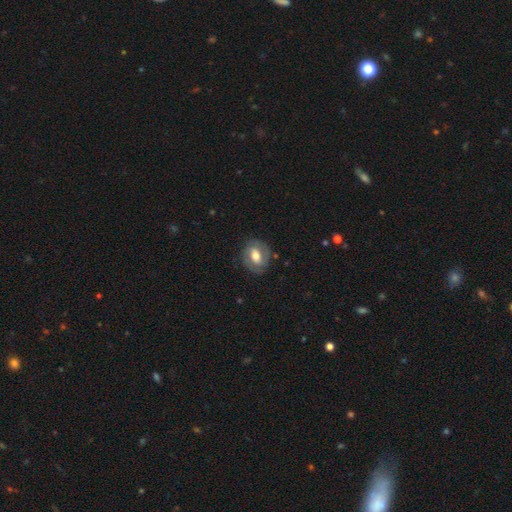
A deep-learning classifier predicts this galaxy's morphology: Smooth or featured? Predicted: featured or disk (p=0.51). Edge-on disk? Predicted: no (p=0.95). Merging? Predicted: none (p=0.78).